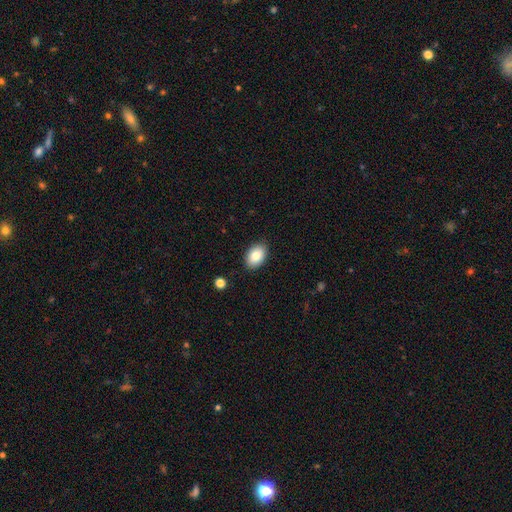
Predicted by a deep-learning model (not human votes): smooth 85%, featured or disk 8%, star or artifact 7%. Down the decision tree: how rounded — in between (86%); merging — none (88%).